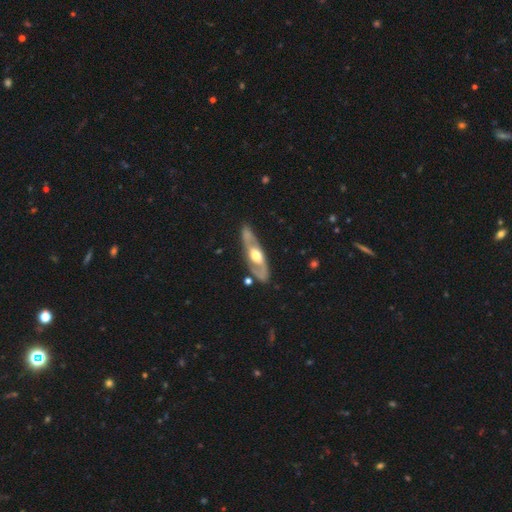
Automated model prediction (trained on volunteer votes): Morphology: type=featured or disk (72%); edge-on=no (70%); bar=no (68%); spiral arms=yes (64%); bulge=moderate (68%); merging=none (74%).